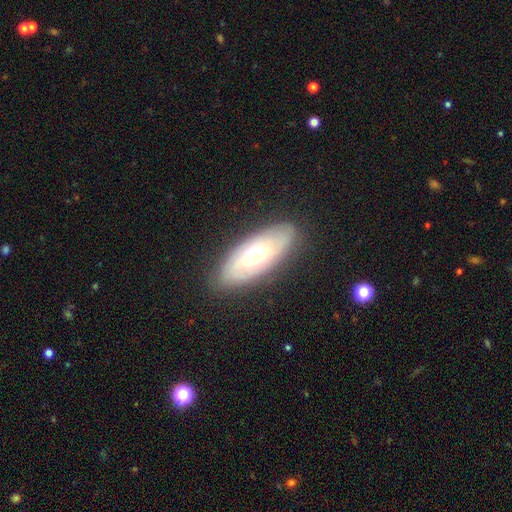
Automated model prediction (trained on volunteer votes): Overall: featured or disk (54%; smooth 39%). Edge-on disk: no (80%). Merging: none (83%).